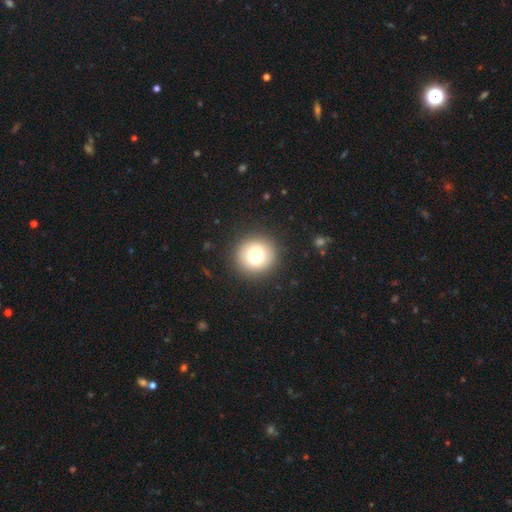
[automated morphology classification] Smooth or featured? smooth (78%)
How rounded? round (93%)
Merging? none (89%)